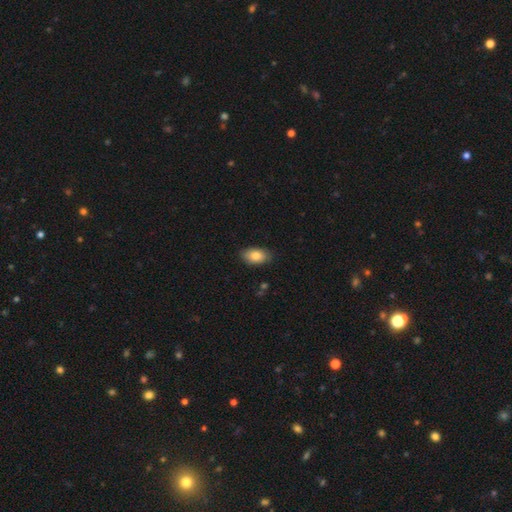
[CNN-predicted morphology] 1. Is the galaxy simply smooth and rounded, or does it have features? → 83% smooth, 10% featured or disk, 7% star or artifact.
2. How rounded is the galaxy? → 92% in between, 6% round, 2% cigar-shaped.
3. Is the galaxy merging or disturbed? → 85% none, 12% minor disturbance, 2% major disturbance, 1% merger.